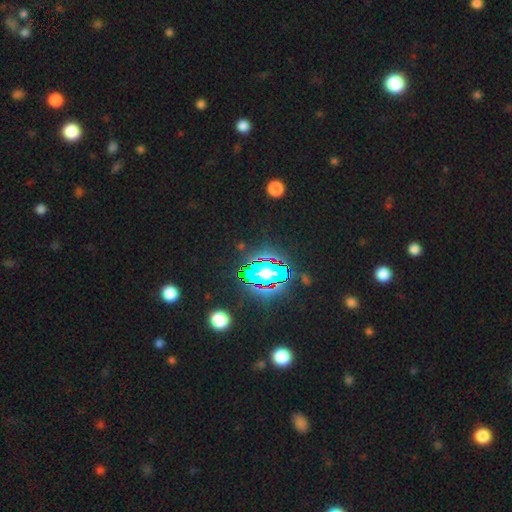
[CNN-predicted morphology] A star or artifact, not a galaxy (84%).

Vote fractions:
- Smooth or featured? star or artifact: 84% / smooth: 9% / featured or disk: 7%